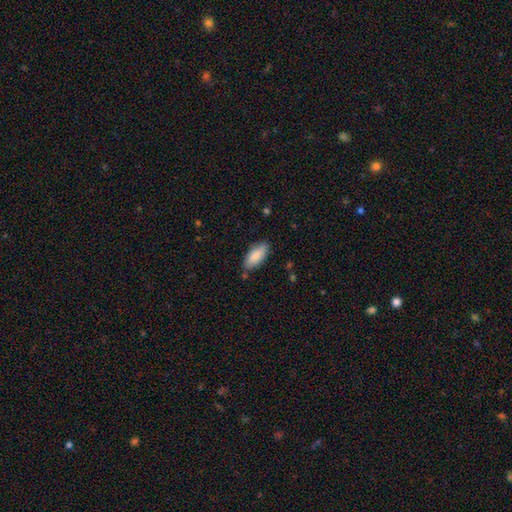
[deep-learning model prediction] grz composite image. It shows a smooth galaxy with no disk features (85%) that is in between round and cigar-shaped (85%). Merging: none (78%).